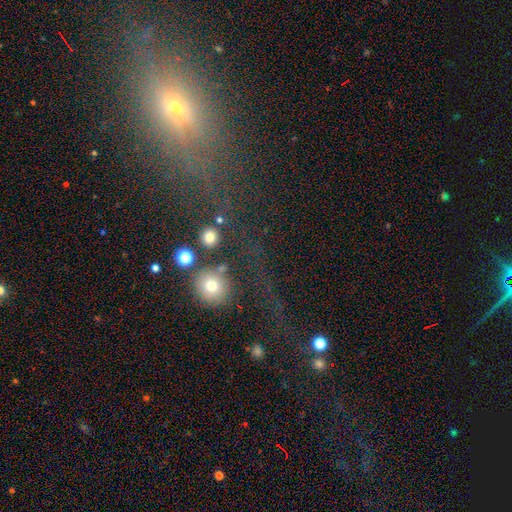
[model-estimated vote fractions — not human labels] Overall: star or artifact (44%; smooth 34%).